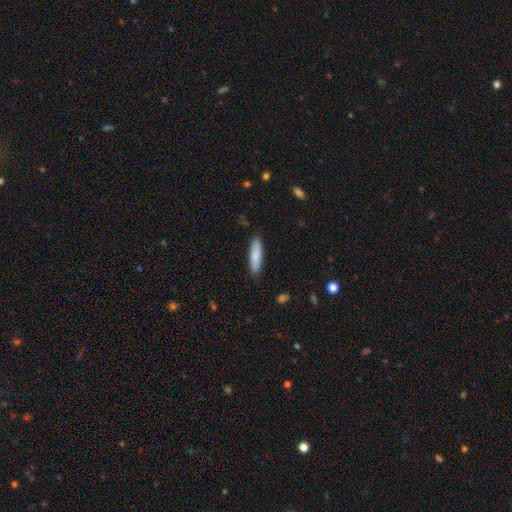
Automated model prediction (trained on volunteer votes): Morphology: type=smooth (84%); roundness=cigar-shaped (76%); merging=none (89%).